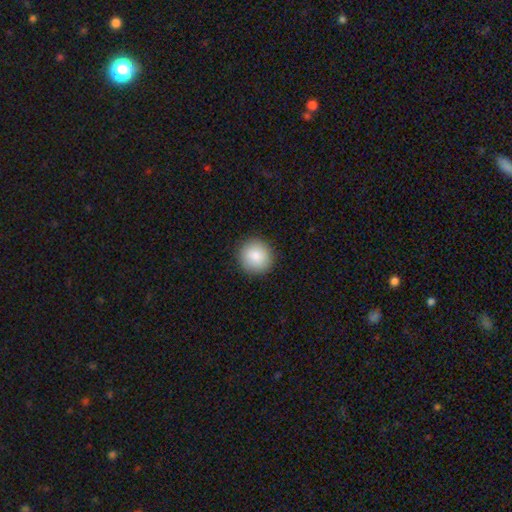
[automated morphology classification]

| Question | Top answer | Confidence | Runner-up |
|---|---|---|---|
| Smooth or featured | smooth | 85% | star or artifact (8%) |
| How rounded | round | 93% | in between (6%) |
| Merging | none | 91% | minor disturbance (6%) |